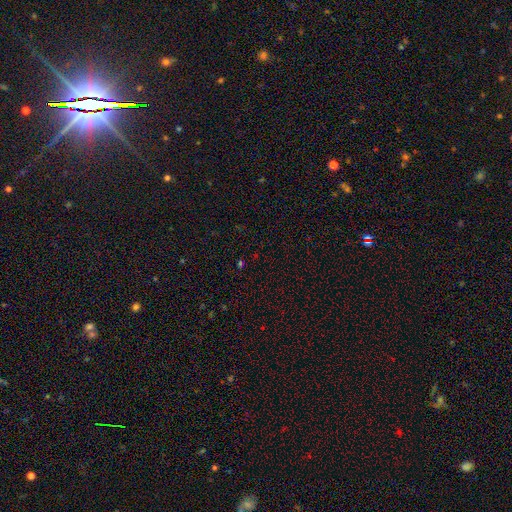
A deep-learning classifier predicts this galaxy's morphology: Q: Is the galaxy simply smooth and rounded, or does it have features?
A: star or artifact — 59%.